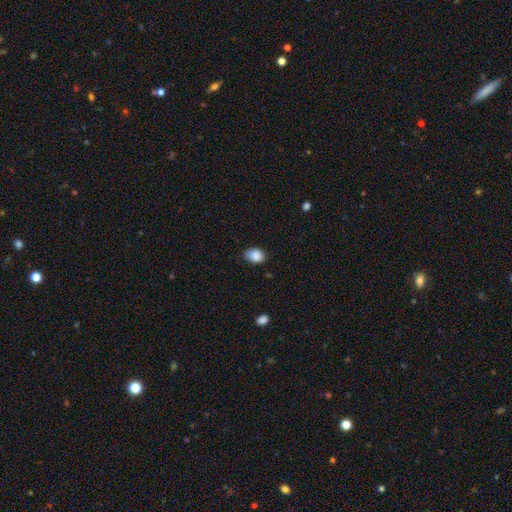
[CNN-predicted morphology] Smooth or featured? smooth (87%)
How rounded? in between (70%)
Merging? none (69%)